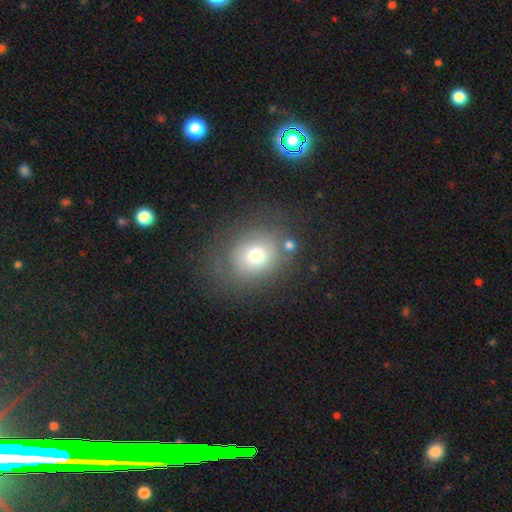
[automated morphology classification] type=smooth (67%); roundness=round (68%); merging=none (67%).